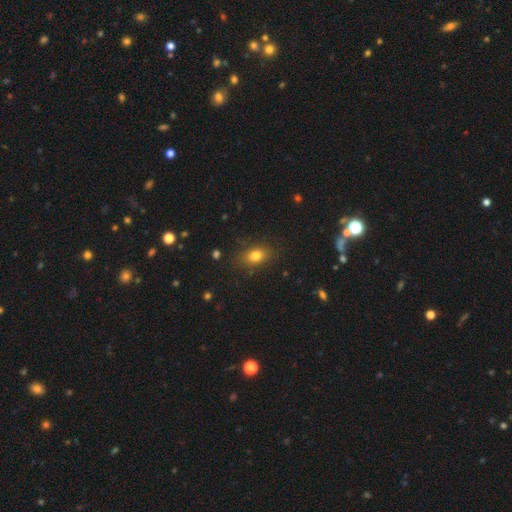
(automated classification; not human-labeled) A smooth galaxy with no disk features (81%) that is in between round and cigar-shaped (79%).

Vote fractions:
- Smooth or featured? smooth: 81% / star or artifact: 11% / featured or disk: 8%
- How rounded? in between: 79% / round: 18% / cigar-shaped: 3%
- Merging? none: 83% / minor disturbance: 12% / major disturbance: 4% / merger: 1%